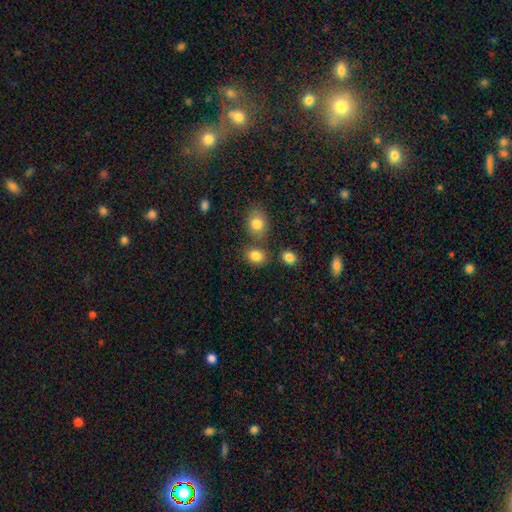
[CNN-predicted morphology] smooth-or-featured: smooth: 82% | star or artifact: 11% | featured or disk: 7%
  how-rounded: in between: 59% | round: 40% | cigar-shaped: 1%
  merging: none: 65% | merger: 18% | minor disturbance: 12% | major disturbance: 4%